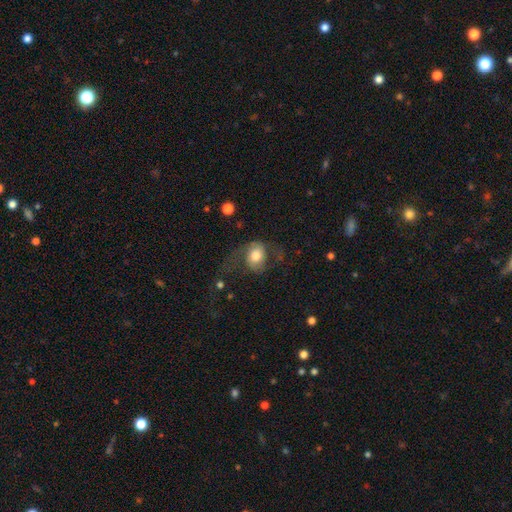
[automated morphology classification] Smooth or featured? Predicted: smooth (p=0.50). How rounded? Predicted: in between (p=0.50). Merging? Predicted: major disturbance (p=0.41).